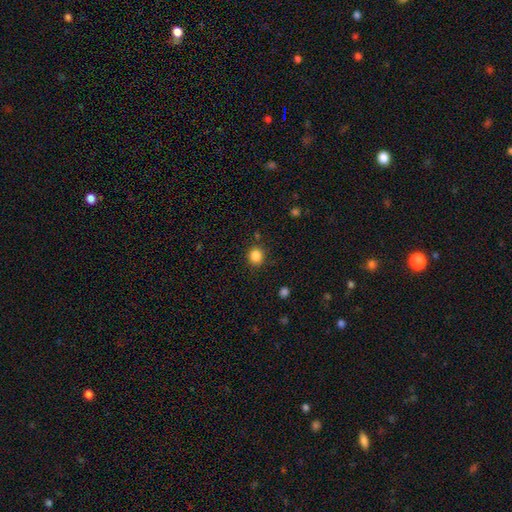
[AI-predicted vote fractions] Smooth or featured: smooth — 85% (star or artifact — 11%)
How rounded: round — 86% (in between — 13%)
Merging: none — 86% (minor disturbance — 9%)